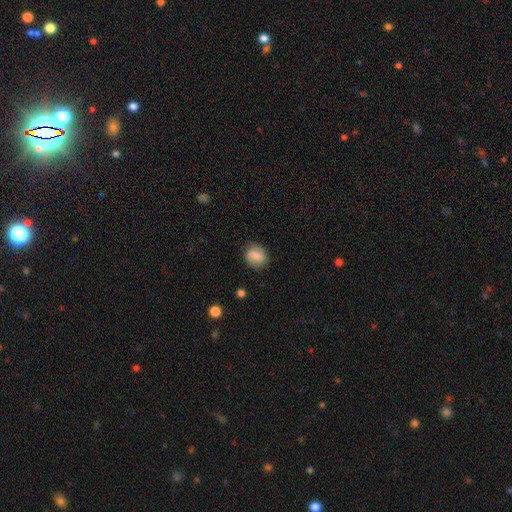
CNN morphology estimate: type=smooth (63%); roundness=round (60%); merging=none (81%).